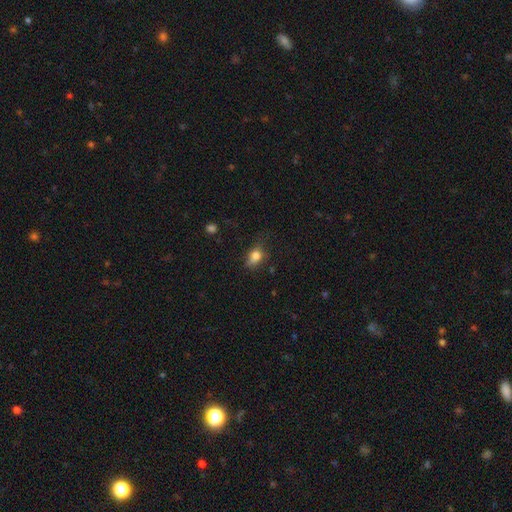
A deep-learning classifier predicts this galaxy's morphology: smooth 77%, featured or disk 12%, star or artifact 11%. Down the decision tree: how rounded — in between (68%); merging — none (52%).